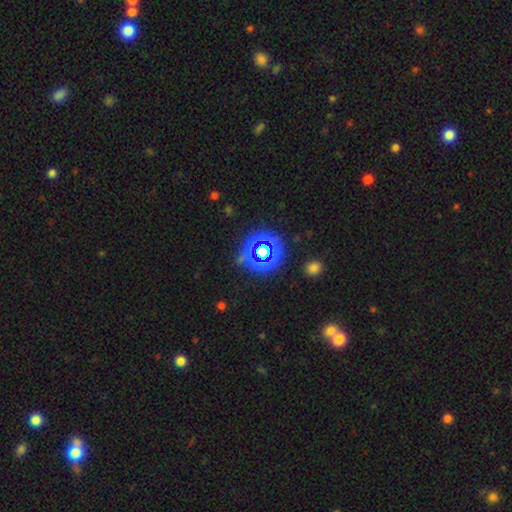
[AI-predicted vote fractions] This is possibly a smooth galaxy (50%). How rounded: clearly round (91%). Merging: clearly none (84%).